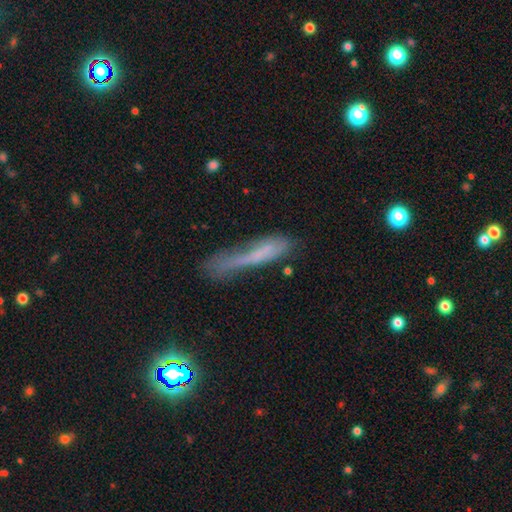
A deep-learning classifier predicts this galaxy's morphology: A smooth galaxy with no disk features (51%) that is cigar-shaped (89%). Merging: none (45%).